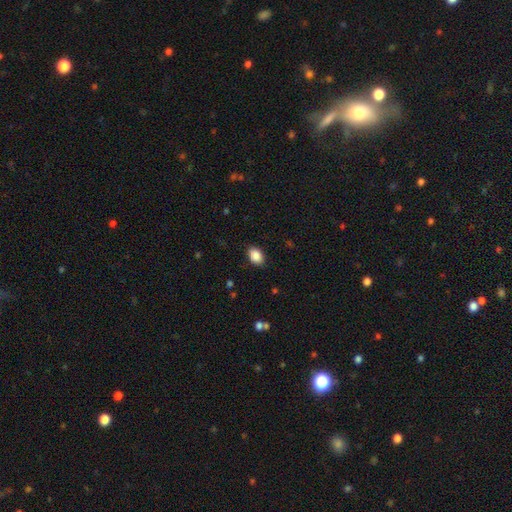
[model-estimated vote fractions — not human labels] Smooth or featured? smooth (88%)
How rounded? in between (83%)
Merging? none (87%)